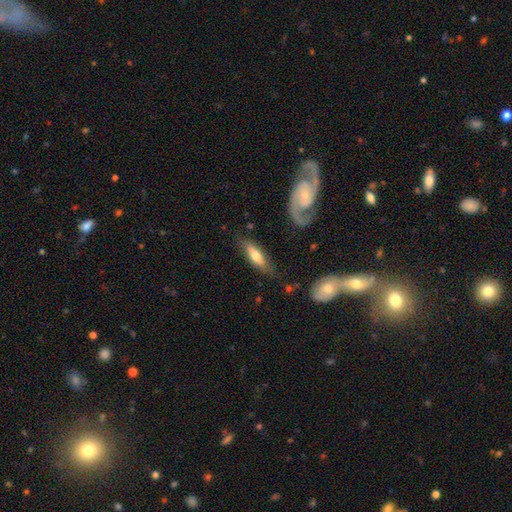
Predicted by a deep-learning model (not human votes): Q: Smooth or featured?
A: smooth (54%); runner-up: featured or disk (40%)
Q: How rounded?
A: cigar-shaped (55%); runner-up: in between (43%)
Q: Merging?
A: none (75%); runner-up: minor disturbance (17%)